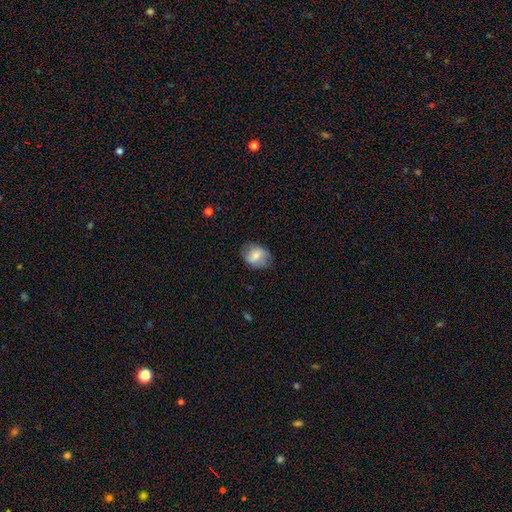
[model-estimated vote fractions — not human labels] This is likely a smooth galaxy (61%). How rounded: possibly in between (59%). Merging: likely none (74%).